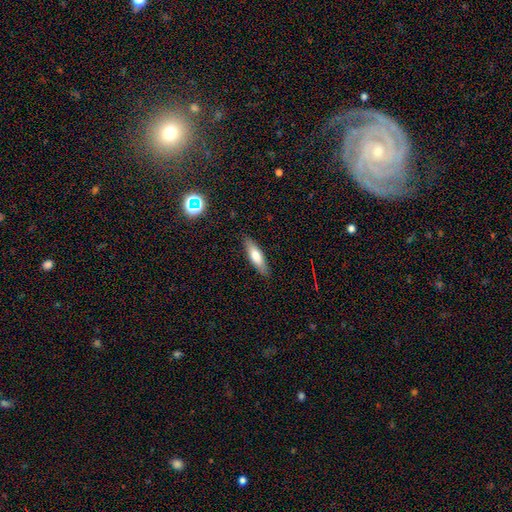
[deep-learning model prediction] Q: Smooth or featured?
A: smooth (69%); runner-up: featured or disk (24%)
Q: How rounded?
A: cigar-shaped (62%); runner-up: in between (36%)
Q: Merging?
A: none (87%); runner-up: minor disturbance (9%)